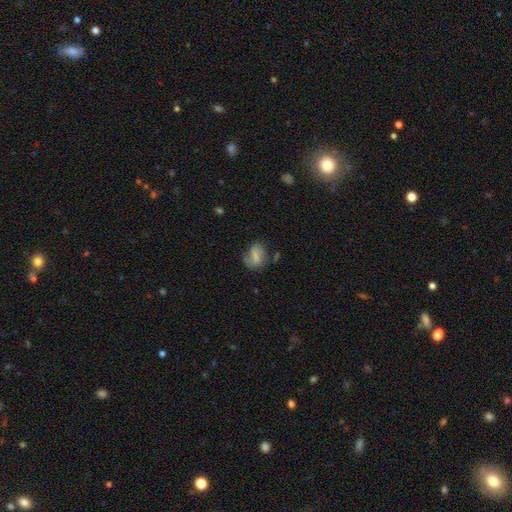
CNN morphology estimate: Overall: smooth (46%; featured or disk 45%). Merging: none (55%; minor disturbance 25%).